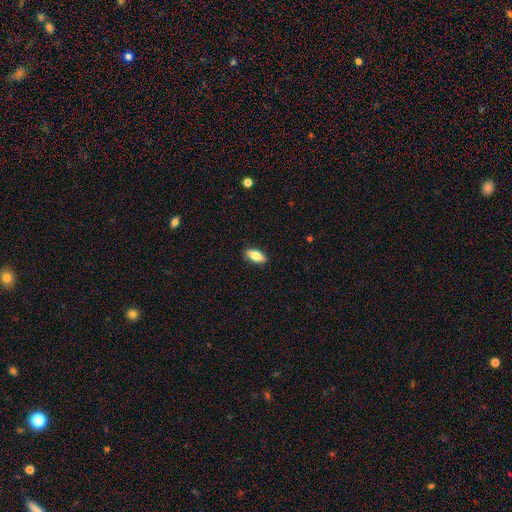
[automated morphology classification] The model was most divided on "smooth or featured": smooth: 78%, featured or disk: 15%, star or artifact: 7%. More confident: merging — none (89%); how rounded — in between (83%).